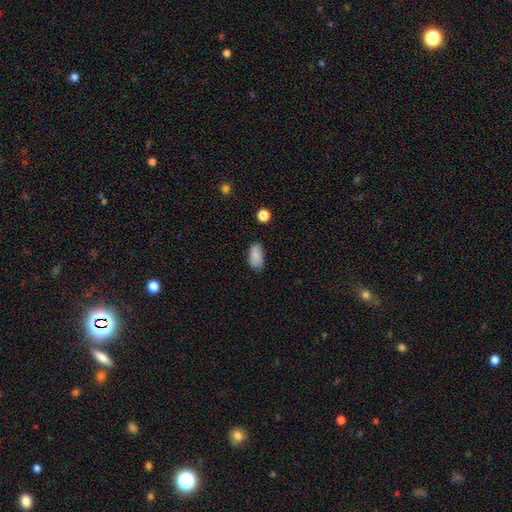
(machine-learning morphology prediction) Smooth or featured: smooth — 84% (star or artifact — 8%)
How rounded: in between — 92% (cigar-shaped — 5%)
Merging: none — 73% (minor disturbance — 21%)